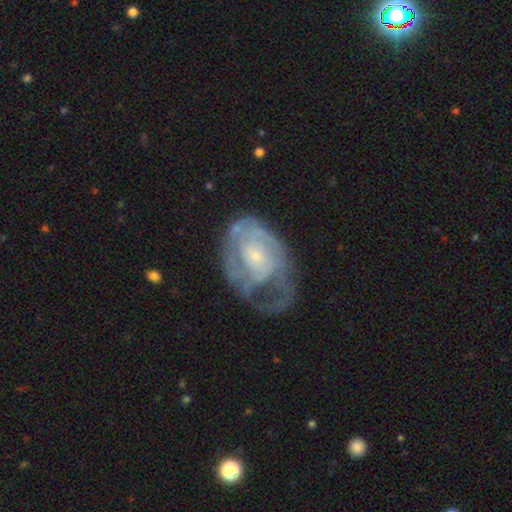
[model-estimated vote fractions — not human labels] Q: Smooth or featured?
A: featured or disk (79%); runner-up: smooth (15%)
Q: Edge-on disk?
A: no (97%); runner-up: yes (3%)
Q: Bar?
A: no (71%); runner-up: weak (25%)
Q: Spiral arms?
A: yes (82%); runner-up: no (18%)
Q: Spiral winding?
A: tight (54%); runner-up: medium (33%)
Q: Spiral arm count?
A: can't tell (45%); runner-up: 2 (26%)
Q: Bulge size?
A: small (67%); runner-up: moderate (27%)
Q: Merging?
A: none (40%); runner-up: major disturbance (32%)